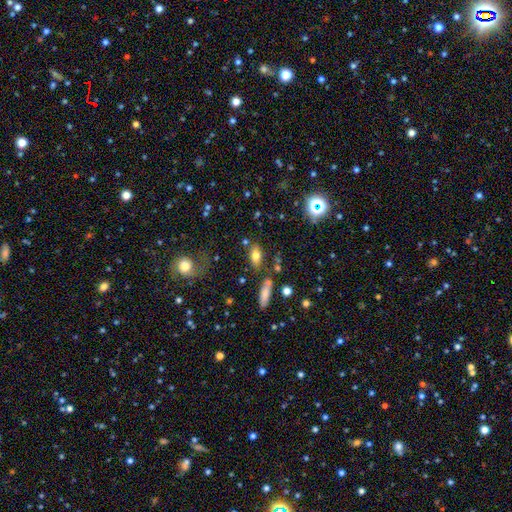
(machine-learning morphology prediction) The model was most divided on "merging": none: 73%, minor disturbance: 14%, merger: 8%, major disturbance: 5%. More confident: how rounded — in between (85%); smooth or featured — smooth (75%).